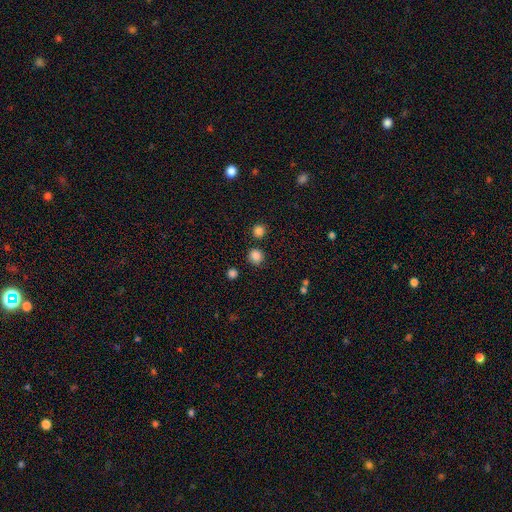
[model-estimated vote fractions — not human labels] The model was most divided on "smooth or featured": smooth: 84%, star or artifact: 13%, featured or disk: 4%. More confident: how rounded — round (91%); merging — none (84%).